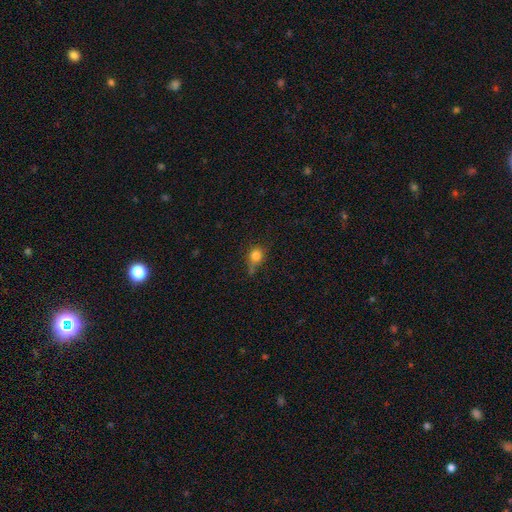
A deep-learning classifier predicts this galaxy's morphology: Smooth or featured: smooth — 78% (star or artifact — 12%)
How rounded: round — 74% (in between — 23%)
Merging: none — 51% (minor disturbance — 31%)